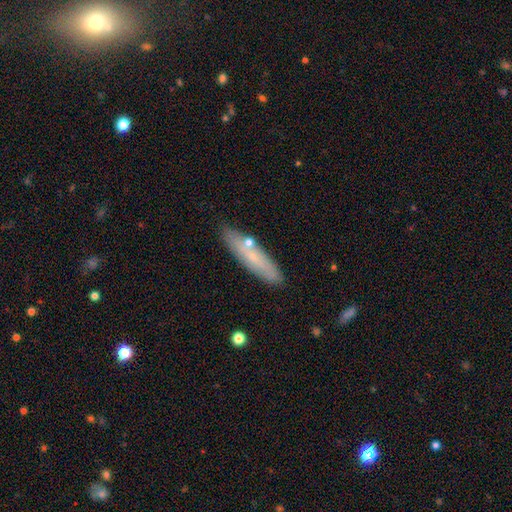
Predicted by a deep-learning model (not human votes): smooth_or_featured: smooth (p=0.52) [alt: featured or disk p=0.39]
how_rounded: cigar-shaped (p=0.80) [alt: in between p=0.18]
merging: none (p=0.81) [alt: minor disturbance p=0.12]